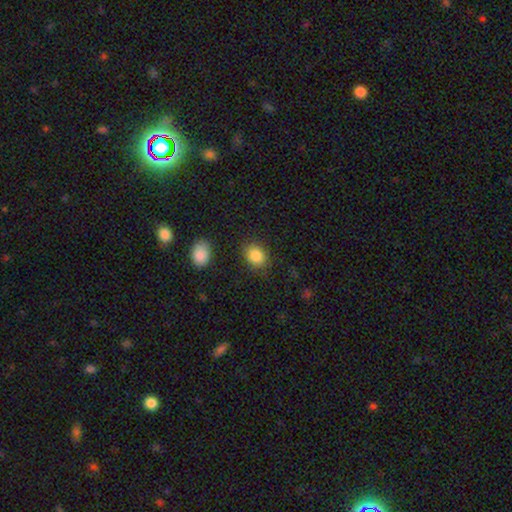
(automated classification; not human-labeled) A smooth galaxy with no disk features (86%) that is in between round and cigar-shaped (56%). Merging: none (82%).